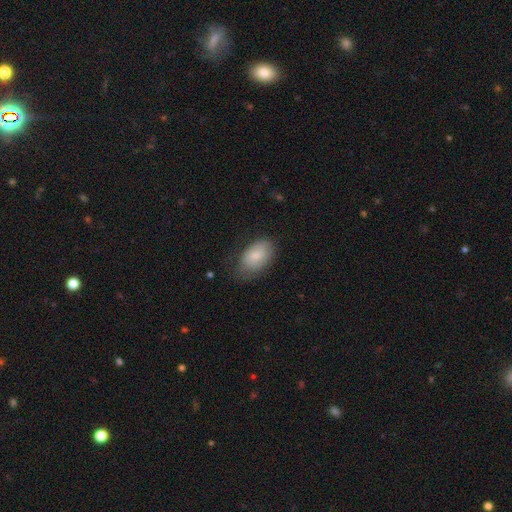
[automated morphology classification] Smooth or featured? smooth (80%)
How rounded? in between (93%)
Merging? none (61%)